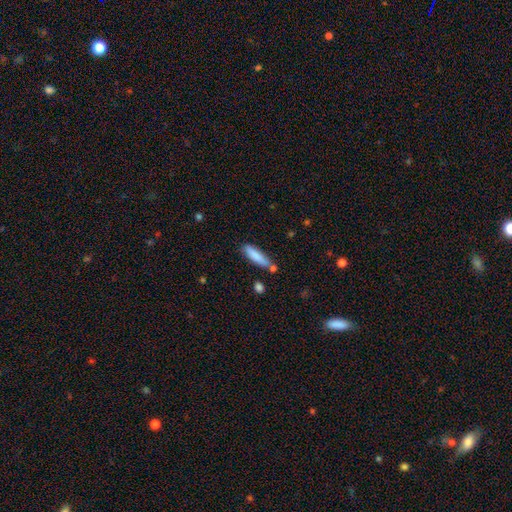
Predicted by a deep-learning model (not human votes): Overall: smooth (82%). How rounded: cigar-shaped (75%). Merging: none (70%).